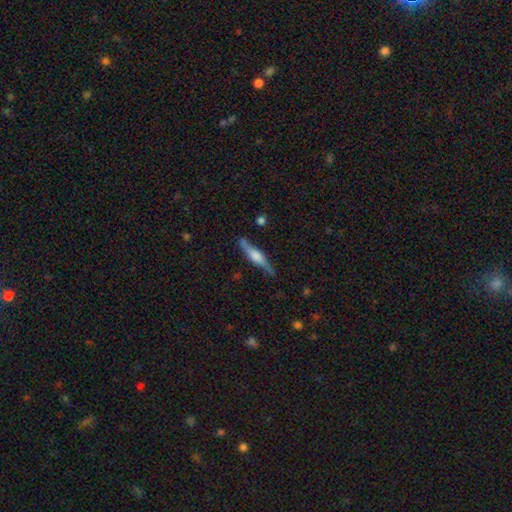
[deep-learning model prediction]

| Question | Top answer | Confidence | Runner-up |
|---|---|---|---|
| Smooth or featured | featured or disk | 66% | smooth (28%) |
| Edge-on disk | yes | 95% | no (5%) |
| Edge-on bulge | rounded | 74% | boxy (21%) |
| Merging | none | 80% | minor disturbance (14%) |